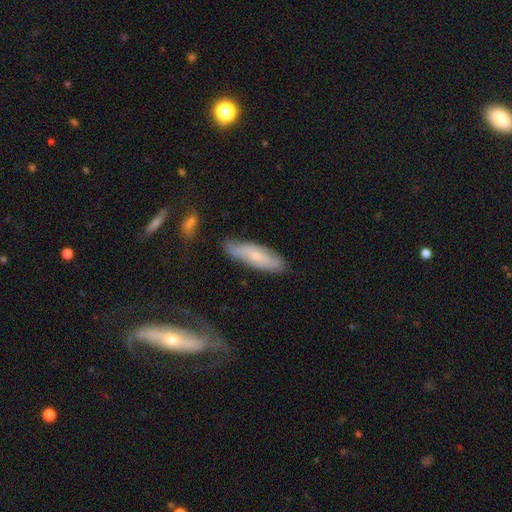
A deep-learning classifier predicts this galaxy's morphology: Smooth or featured?
  - smooth: 58% *
  - featured or disk: 35%
  - star or artifact: 7%
How rounded?
  - cigar-shaped: 55% *
  - in between: 43%
  - round: 2%
Merging?
  - none: 72% *
  - minor disturbance: 20%
  - major disturbance: 5%
  - merger: 3%